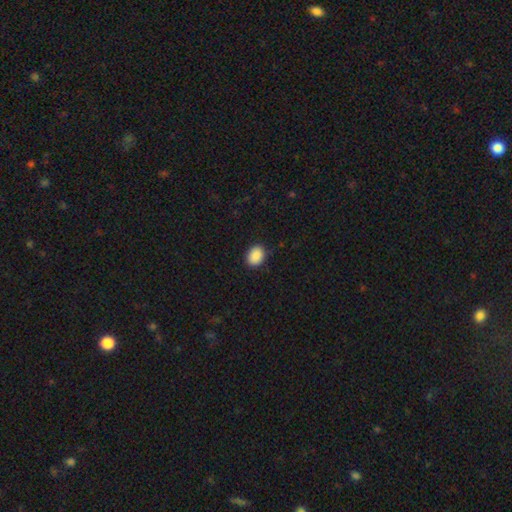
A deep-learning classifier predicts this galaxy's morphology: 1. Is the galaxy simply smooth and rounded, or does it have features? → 90% smooth, 8% star or artifact, 2% featured or disk.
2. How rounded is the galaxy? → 63% in between, 36% round, 1% cigar-shaped.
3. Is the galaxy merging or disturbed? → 88% none, 9% minor disturbance, 2% major disturbance, 1% merger.